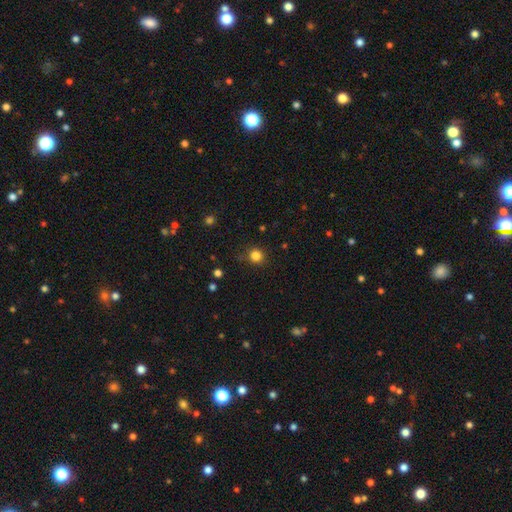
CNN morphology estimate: This appears to be a smooth galaxy with no disk features (82%) that is round (92%). Merging: none (86%).